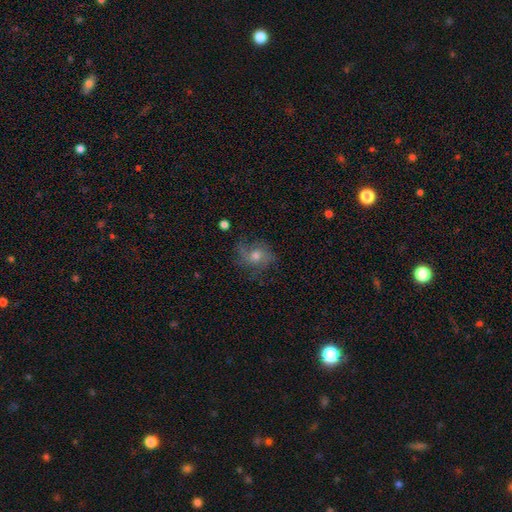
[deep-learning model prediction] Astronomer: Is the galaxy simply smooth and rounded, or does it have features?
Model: featured or disk — 52% (runner-up: smooth, 34%).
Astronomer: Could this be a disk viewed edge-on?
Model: no — 95%.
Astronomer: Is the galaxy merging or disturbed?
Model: none — 60%.